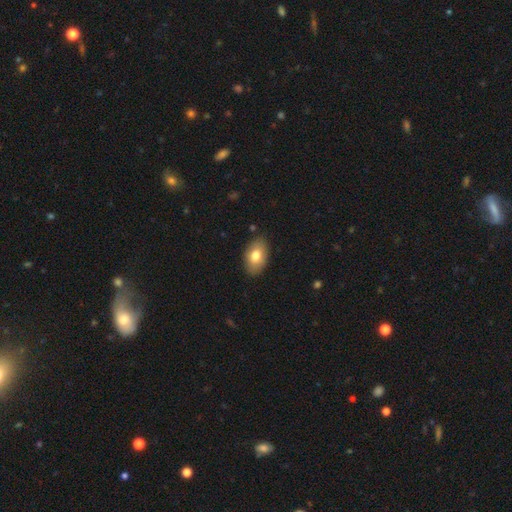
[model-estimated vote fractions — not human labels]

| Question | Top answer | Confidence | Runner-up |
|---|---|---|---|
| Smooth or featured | smooth | 78% | featured or disk (15%) |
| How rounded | in between | 92% | round (7%) |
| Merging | none | 86% | minor disturbance (10%) |